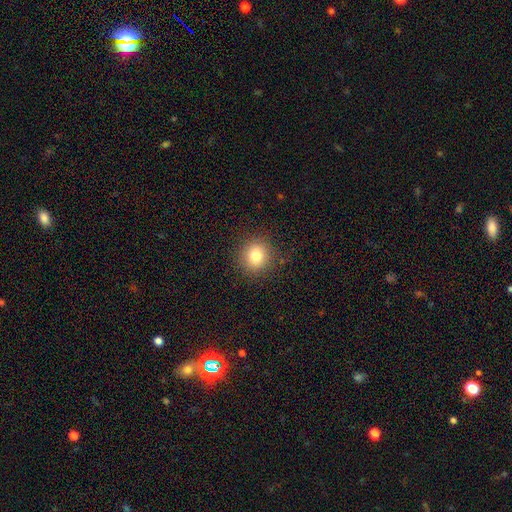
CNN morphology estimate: A smooth galaxy with no disk features (80%) that is round (90%). Merging: none (89%).